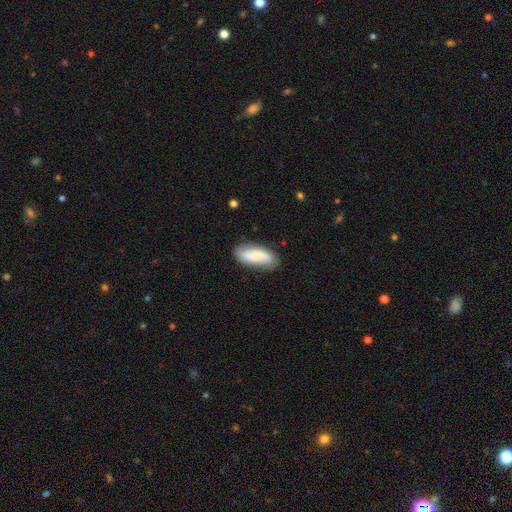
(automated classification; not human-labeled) smooth_or_featured: smooth (p=0.65) [alt: featured or disk p=0.28]
how_rounded: in between (p=0.78) [alt: cigar-shaped p=0.20]
merging: none (p=0.76) [alt: minor disturbance p=0.18]